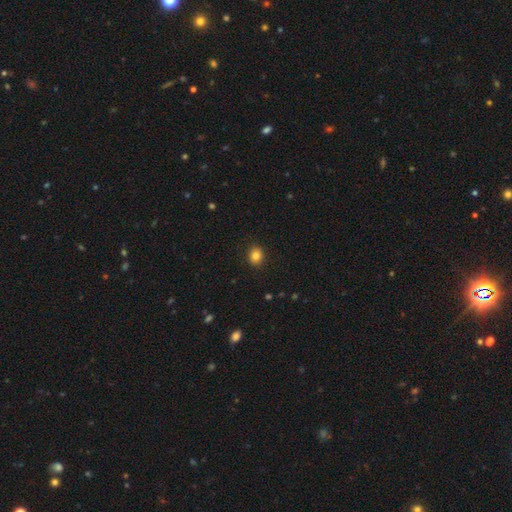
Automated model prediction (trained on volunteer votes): smooth-or-featured: smooth: 84% | star or artifact: 11% | featured or disk: 6%
  how-rounded: round: 57% | in between: 42% | cigar-shaped: 1%
  merging: none: 90% | minor disturbance: 7% | major disturbance: 2% | merger: 1%